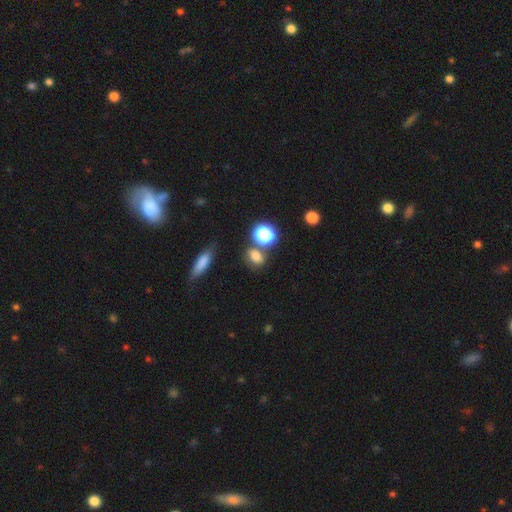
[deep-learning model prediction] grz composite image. It shows a smooth galaxy with no disk features (74%) that is in between round and cigar-shaped (54%). Merging: none (64%).